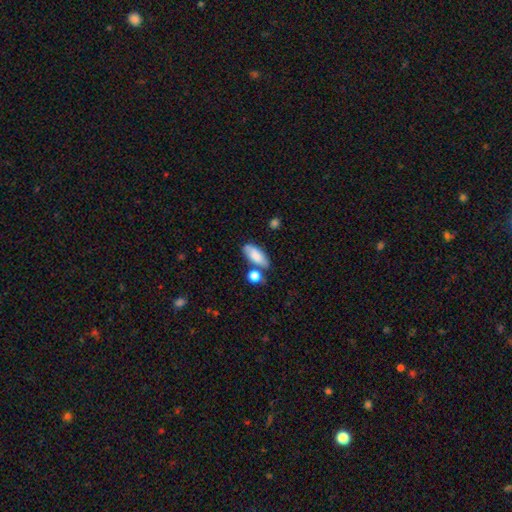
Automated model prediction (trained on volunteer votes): A smooth galaxy with no disk features (77%) that is in between round and cigar-shaped (84%). Merging: none (59%).